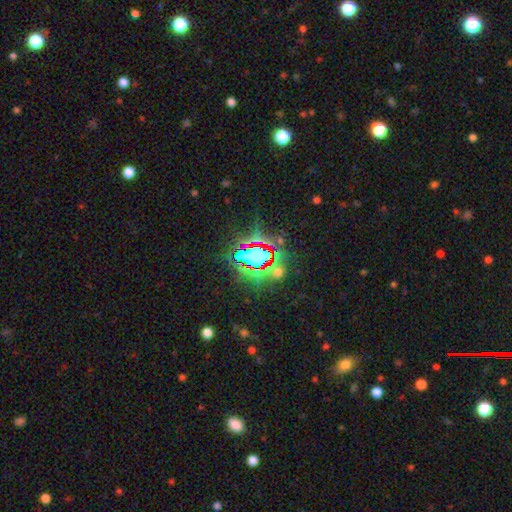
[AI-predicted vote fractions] star or artifact 73%, smooth 15%, featured or disk 12%.